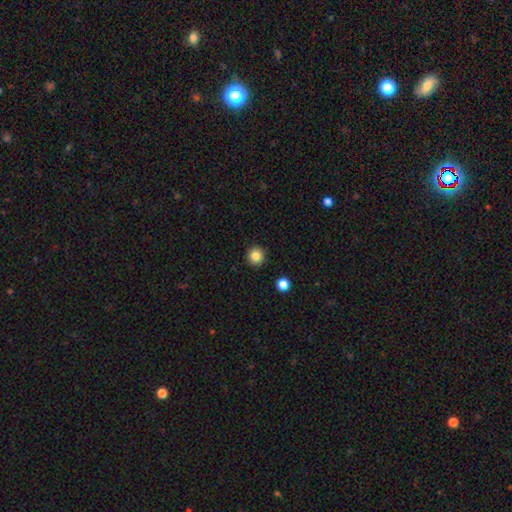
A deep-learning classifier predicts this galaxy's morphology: The model was most divided on "smooth or featured": smooth: 84%, star or artifact: 11%, featured or disk: 5%. More confident: how rounded — round (95%); merging — none (92%).